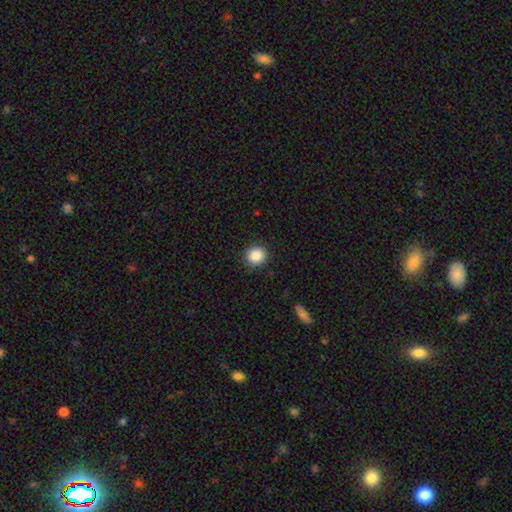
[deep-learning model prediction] This is clearly a smooth galaxy (87%). How rounded: clearly round (89%). Merging: clearly none (90%).